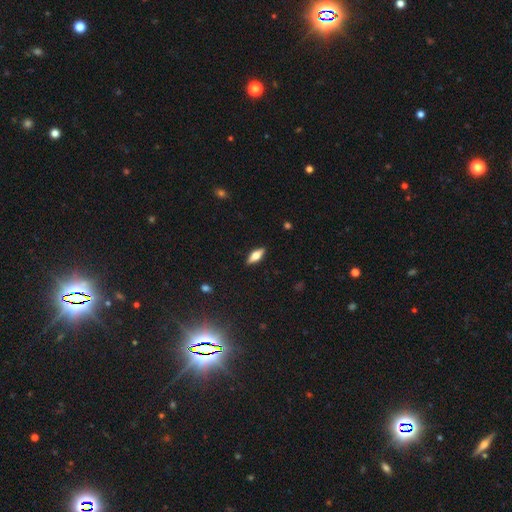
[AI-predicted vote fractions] Q: Smooth or featured?
A: smooth (53%); runner-up: featured or disk (40%)
Q: How rounded?
A: in between (65%); runner-up: cigar-shaped (32%)
Q: Merging?
A: none (89%); runner-up: minor disturbance (8%)